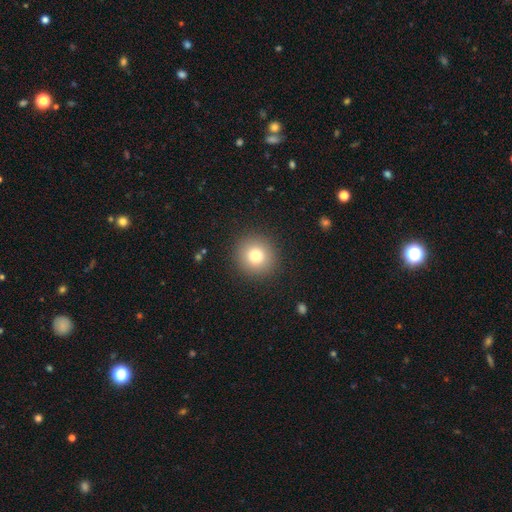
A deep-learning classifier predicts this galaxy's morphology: A smooth galaxy with no disk features (78%) that is round (94%). Merging: none (91%).